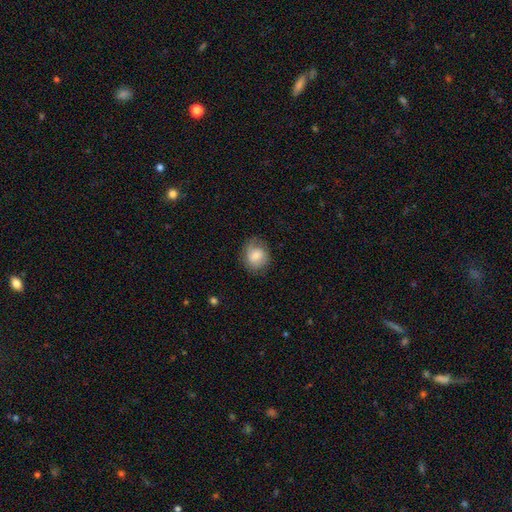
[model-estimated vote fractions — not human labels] Smooth or featured: smooth — 74% (featured or disk — 18%)
How rounded: round — 68% (in between — 31%)
Merging: none — 70% (minor disturbance — 21%)